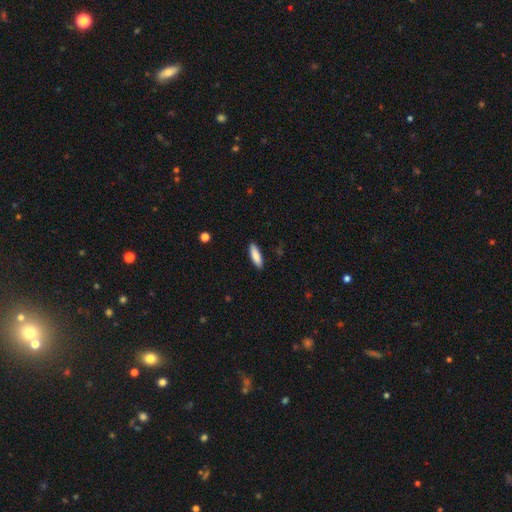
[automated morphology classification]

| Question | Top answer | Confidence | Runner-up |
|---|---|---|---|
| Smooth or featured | smooth | 86% | featured or disk (8%) |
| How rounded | cigar-shaped | 58% | in between (40%) |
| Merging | none | 89% | minor disturbance (8%) |